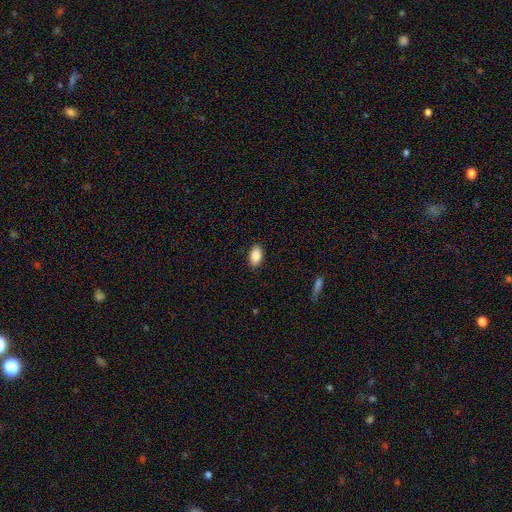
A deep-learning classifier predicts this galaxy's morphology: Smooth or featured? smooth (88%)
How rounded? in between (92%)
Merging? none (89%)